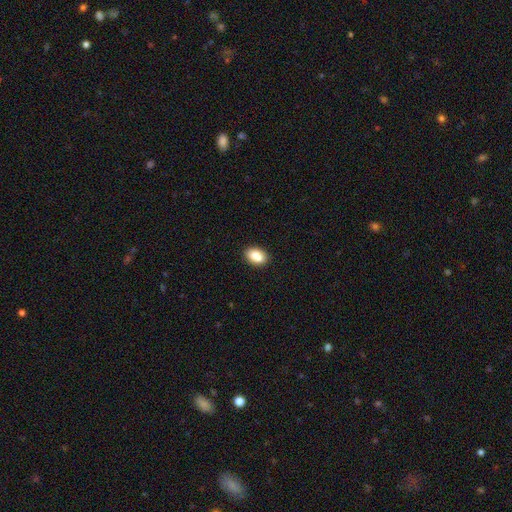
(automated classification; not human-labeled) smooth 86%, star or artifact 8%, featured or disk 6%. Down the decision tree: how rounded — in between (86%); merging — none (89%).